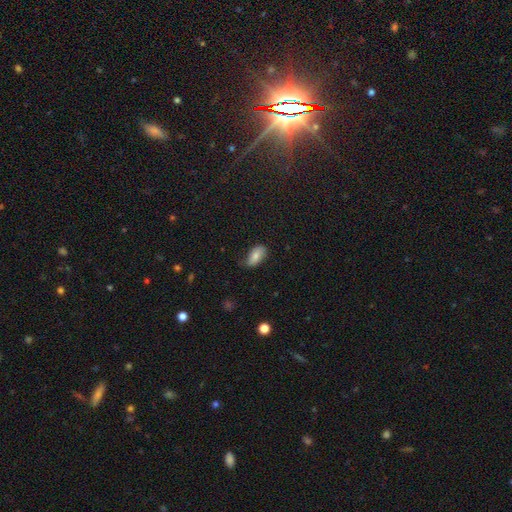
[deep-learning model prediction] Smooth or featured?
  - smooth: 79% *
  - featured or disk: 14%
  - star or artifact: 8%
How rounded?
  - in between: 92% *
  - cigar-shaped: 5%
  - round: 3%
Merging?
  - none: 65% *
  - minor disturbance: 28%
  - major disturbance: 5%
  - merger: 1%